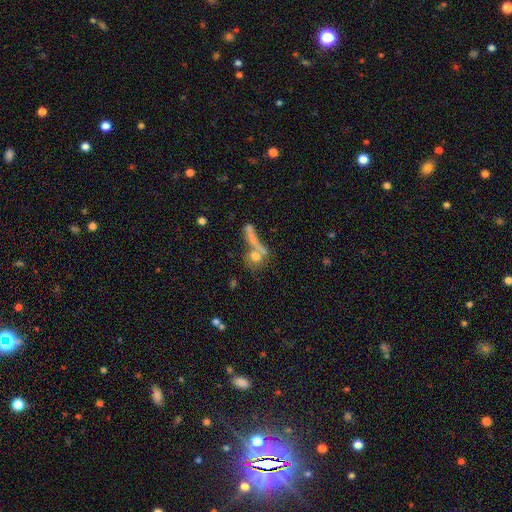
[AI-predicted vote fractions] smooth 50%, featured or disk 27%, star or artifact 22%. Down the decision tree: how rounded — round (50%); merging — none (50%).